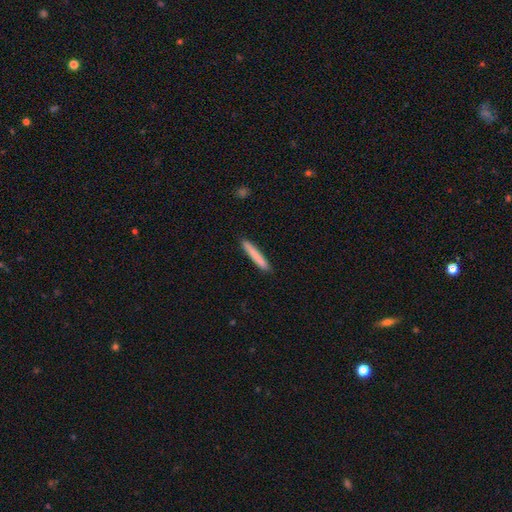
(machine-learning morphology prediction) This appears to be a smooth galaxy with no disk features (80%) that is cigar-shaped (96%). Merging: none (91%).